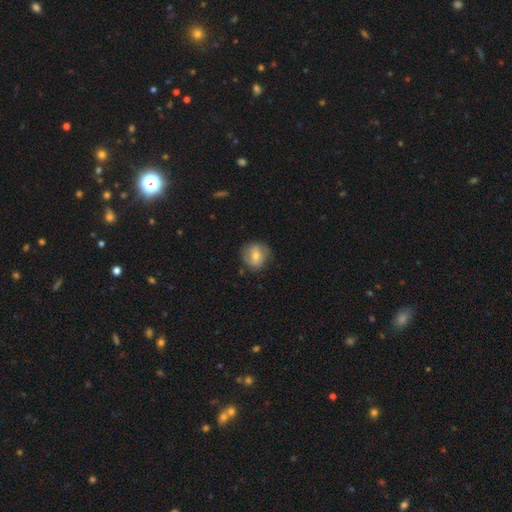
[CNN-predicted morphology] smooth_or_featured: smooth (p=0.52) [alt: featured or disk p=0.40]
how_rounded: round (p=0.81) [alt: in between p=0.18]
merging: none (p=0.75) [alt: minor disturbance p=0.19]